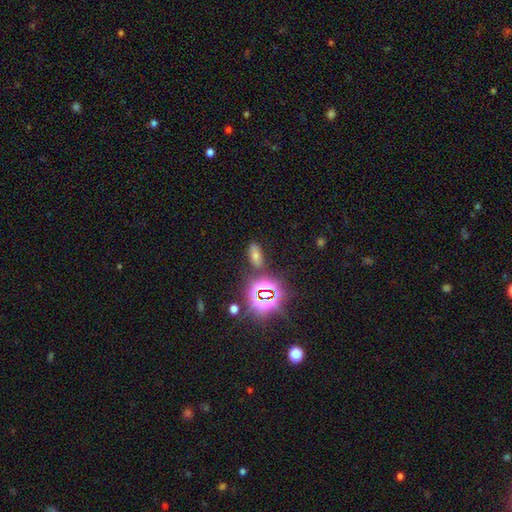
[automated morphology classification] Smooth or featured?
  - smooth: 51% *
  - star or artifact: 36%
  - featured or disk: 13%
How rounded?
  - in between: 85% *
  - round: 9%
  - cigar-shaped: 6%
Merging?
  - none: 79% *
  - minor disturbance: 11%
  - merger: 6%
  - major disturbance: 4%